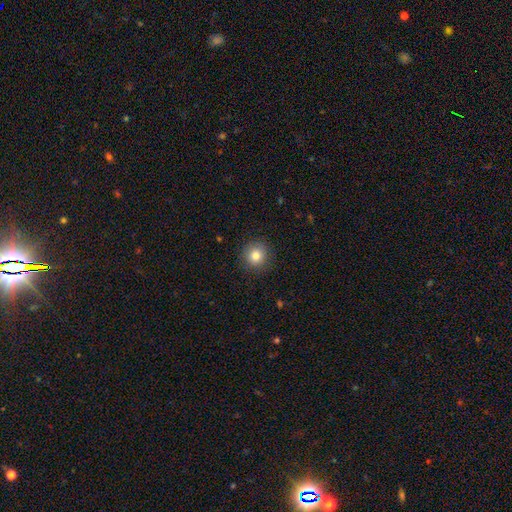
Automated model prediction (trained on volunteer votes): The model was most divided on "smooth or featured": smooth: 83%, star or artifact: 11%, featured or disk: 6%. More confident: how rounded — round (94%); merging — none (90%).